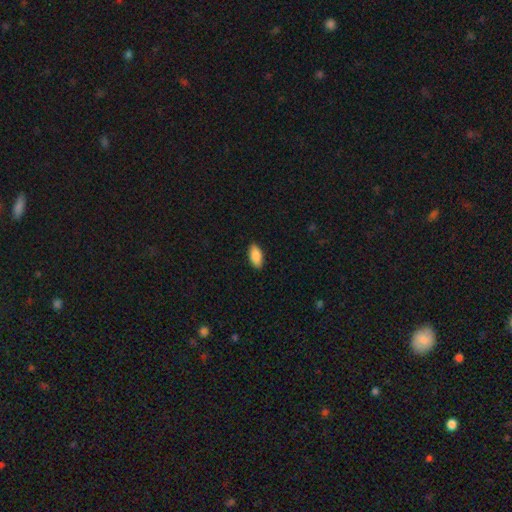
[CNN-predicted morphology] Smooth or featured: smooth — 89% (star or artifact — 6%)
How rounded: in between — 91% (cigar-shaped — 6%)
Merging: none — 89% (minor disturbance — 8%)